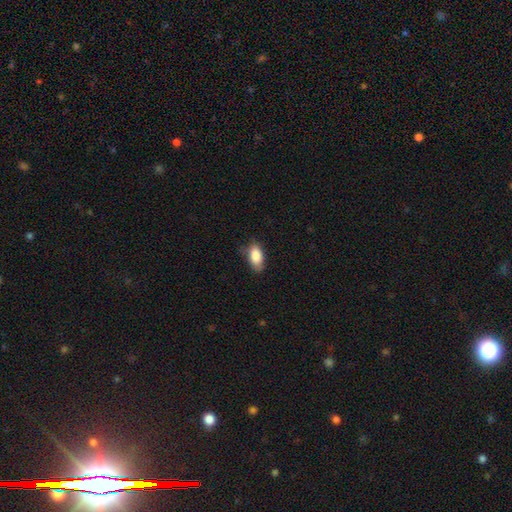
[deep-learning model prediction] Morphology: type=smooth (84%); roundness=in between (91%); merging=none (71%).